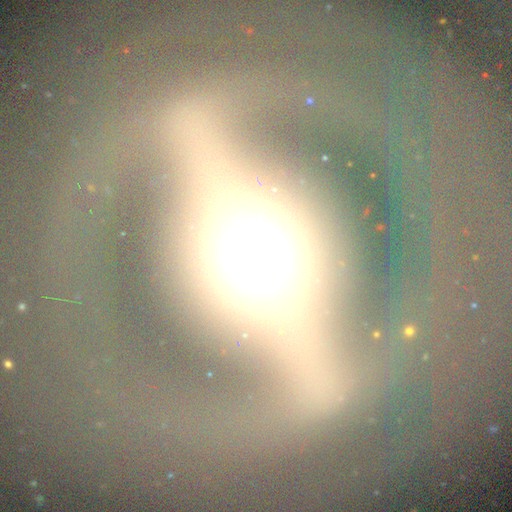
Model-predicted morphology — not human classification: This is likely a featured or disk galaxy (75%). It is likely not viewed edge-on (74%). Bar: possibly strong (58%). Spiral arm pattern: possibly no (54%). Central bulge: likely moderate (61%). Merging: likely none (77%).